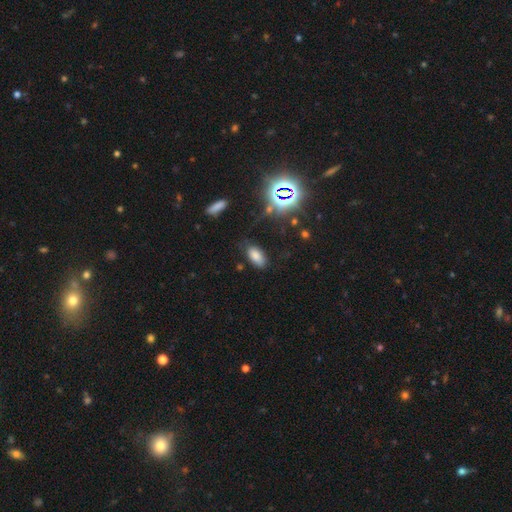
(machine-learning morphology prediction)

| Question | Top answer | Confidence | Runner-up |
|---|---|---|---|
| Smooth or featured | smooth | 75% | star or artifact (17%) |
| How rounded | in between | 92% | cigar-shaped (5%) |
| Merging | none | 78% | minor disturbance (15%) |